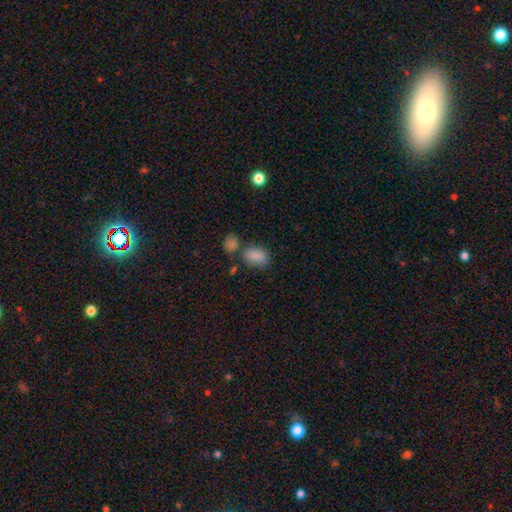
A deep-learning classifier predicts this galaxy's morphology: type=smooth (86%); roundness=in between (86%); merging=none (61%).